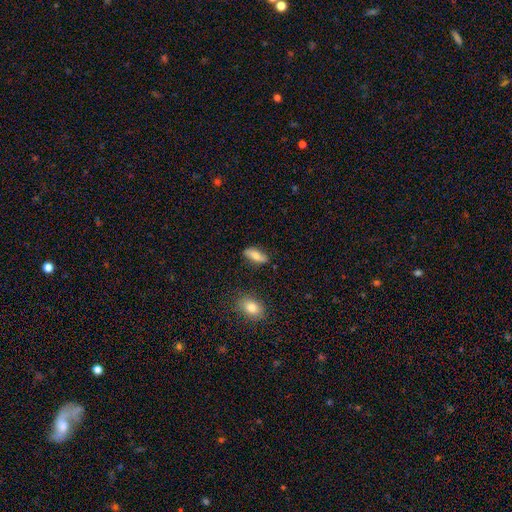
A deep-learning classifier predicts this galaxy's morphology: This is likely a smooth galaxy (70%). How rounded: likely in between (66%). Merging: clearly none (84%).